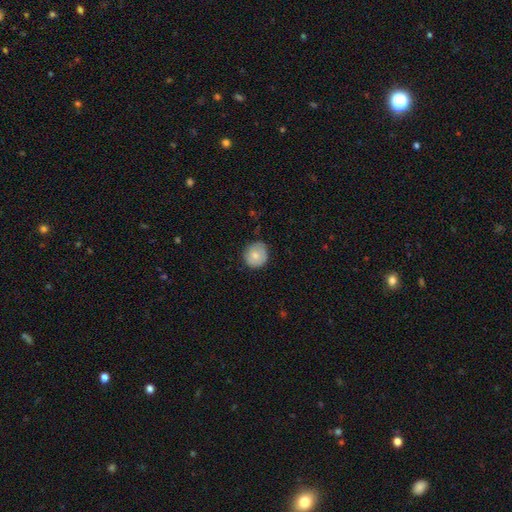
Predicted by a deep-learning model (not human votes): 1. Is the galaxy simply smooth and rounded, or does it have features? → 74% smooth, 19% featured or disk, 7% star or artifact.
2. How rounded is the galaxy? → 85% round, 14% in between, 1% cigar-shaped.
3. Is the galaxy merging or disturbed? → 76% none, 19% minor disturbance, 3% major disturbance, 1% merger.